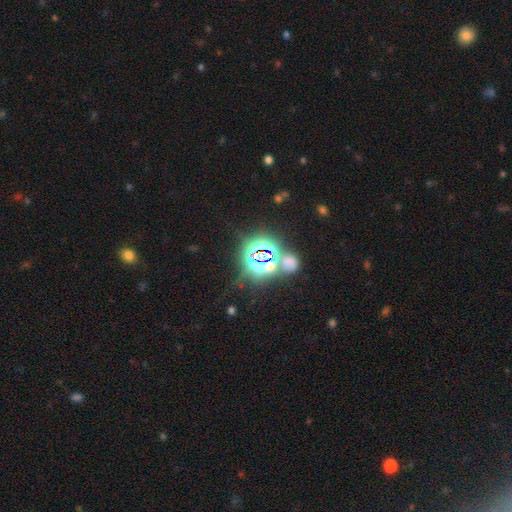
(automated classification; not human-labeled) Morphology: type=star or artifact (75%).